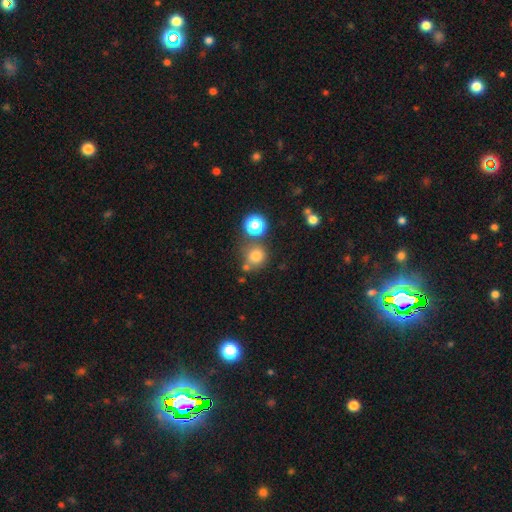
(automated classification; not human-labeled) A smooth galaxy with no disk features (76%) that is round (90%). Merging: none (66%).